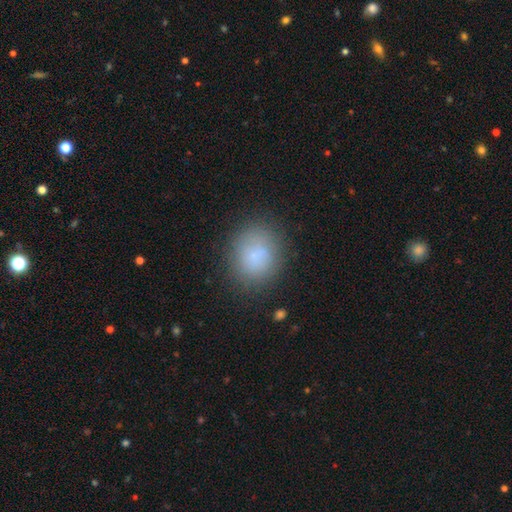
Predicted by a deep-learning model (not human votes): Q: Smooth or featured?
A: smooth (77%); runner-up: featured or disk (12%)
Q: How rounded?
A: round (66%); runner-up: in between (32%)
Q: Merging?
A: none (75%); runner-up: minor disturbance (15%)